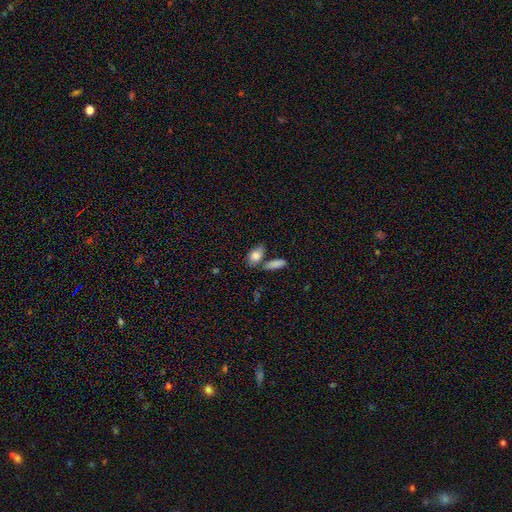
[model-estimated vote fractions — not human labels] The model was most divided on "merging": none: 51%, merger: 24%, minor disturbance: 18%, major disturbance: 7%. More confident: how rounded — in between (85%); smooth or featured — smooth (82%).